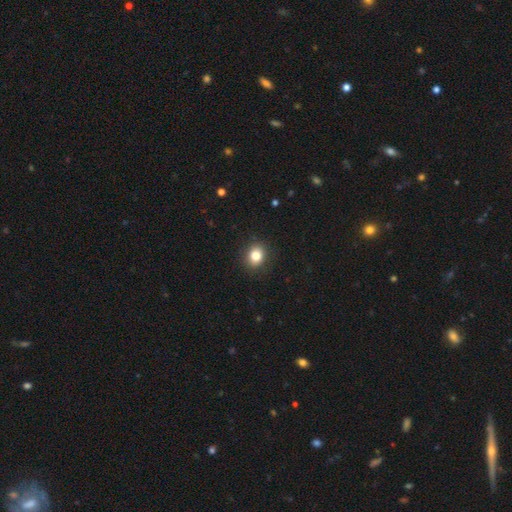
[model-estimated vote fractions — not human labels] Smooth or featured: smooth — 83% (star or artifact — 10%)
How rounded: round — 62% (in between — 37%)
Merging: none — 89% (minor disturbance — 8%)